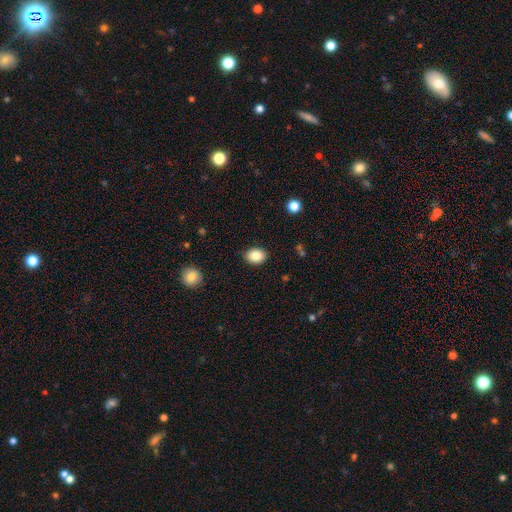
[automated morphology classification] Smooth or featured? Predicted: smooth (p=0.87). How rounded? Predicted: in between (p=0.63). Merging? Predicted: none (p=0.88).